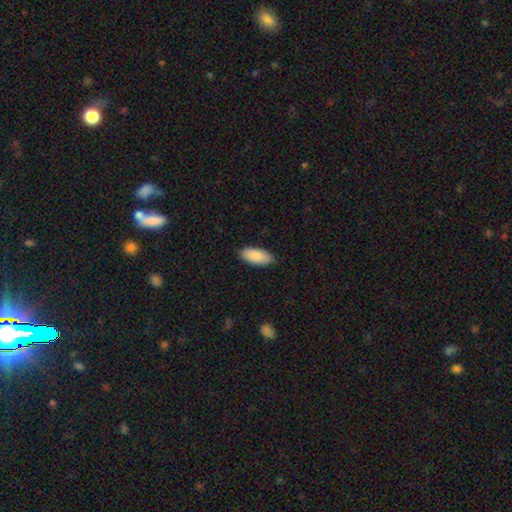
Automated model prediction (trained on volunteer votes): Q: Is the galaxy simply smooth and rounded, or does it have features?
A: smooth — 89%.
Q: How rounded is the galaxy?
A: in between — 88%.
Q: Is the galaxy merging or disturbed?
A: none — 87%.